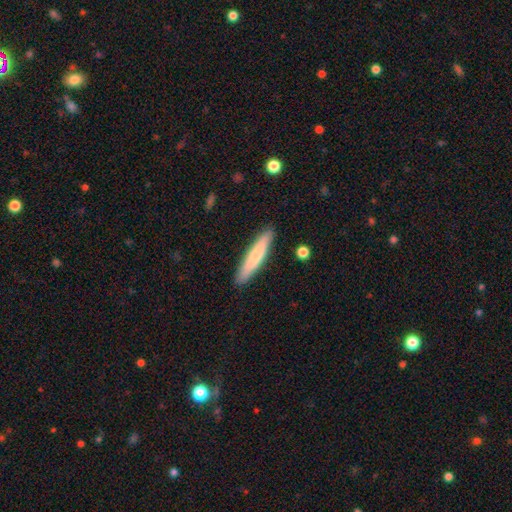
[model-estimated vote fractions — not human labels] A smooth galaxy with no disk features (68%) that is cigar-shaped (90%). Merging: none (89%).